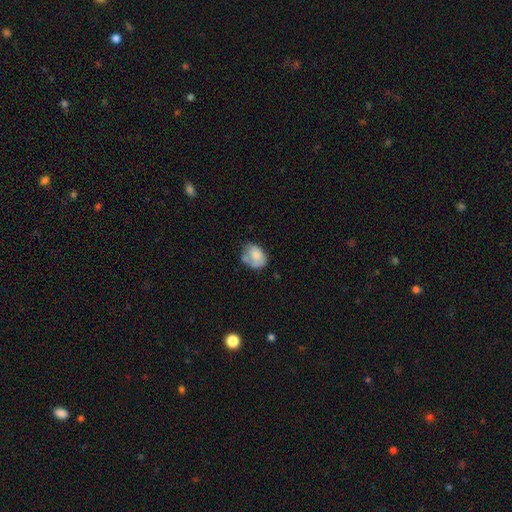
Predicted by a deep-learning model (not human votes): smooth-or-featured: smooth: 70% | featured or disk: 22% | star or artifact: 8%
  how-rounded: in between: 70% | round: 29% | cigar-shaped: 1%
  merging: none: 42% | minor disturbance: 33% | major disturbance: 16% | merger: 9%